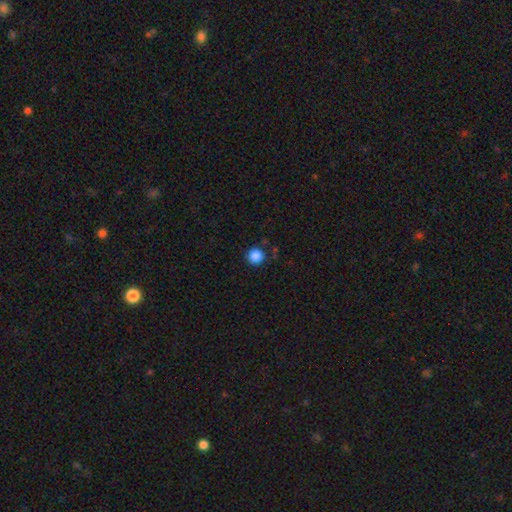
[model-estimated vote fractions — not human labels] Smooth or featured?
  - smooth: 86% *
  - star or artifact: 11%
  - featured or disk: 3%
How rounded?
  - round: 95% *
  - in between: 4%
  - cigar-shaped: 1%
Merging?
  - none: 88% *
  - minor disturbance: 7%
  - merger: 2%
  - major disturbance: 2%